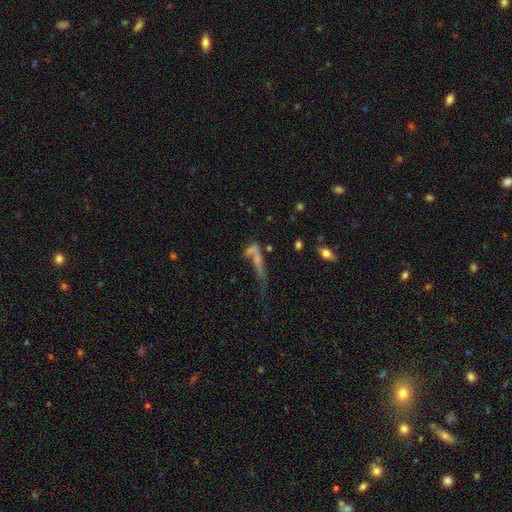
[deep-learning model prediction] This appears to be a smooth galaxy with no disk features (43%). Merging: major disturbance (40%).